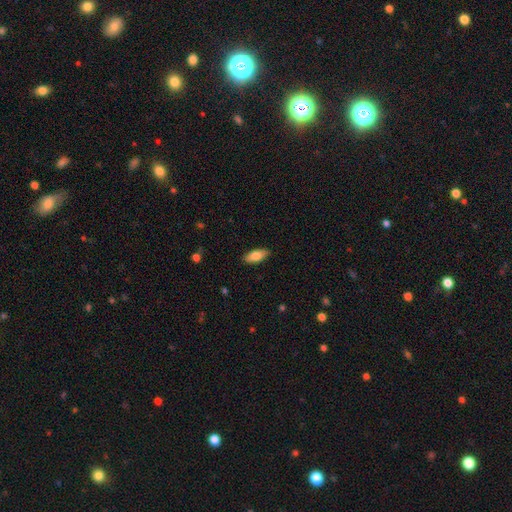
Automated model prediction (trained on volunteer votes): Smooth or featured: smooth — 79% (featured or disk — 15%)
How rounded: in between — 83% (cigar-shaped — 15%)
Merging: none — 87% (minor disturbance — 10%)